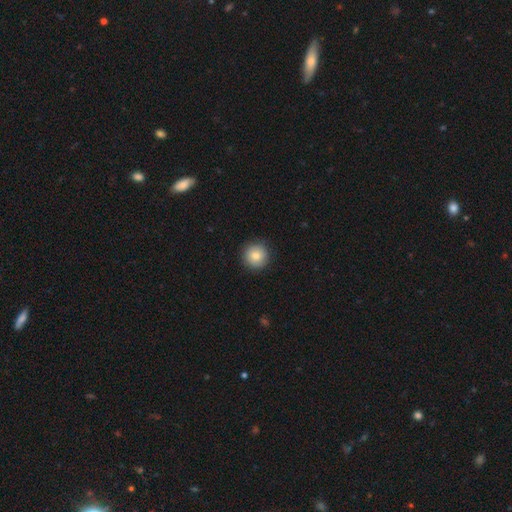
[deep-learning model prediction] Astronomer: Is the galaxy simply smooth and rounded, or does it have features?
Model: smooth — 82%.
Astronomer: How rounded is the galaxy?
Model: round — 95%.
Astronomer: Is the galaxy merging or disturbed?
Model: none — 91%.